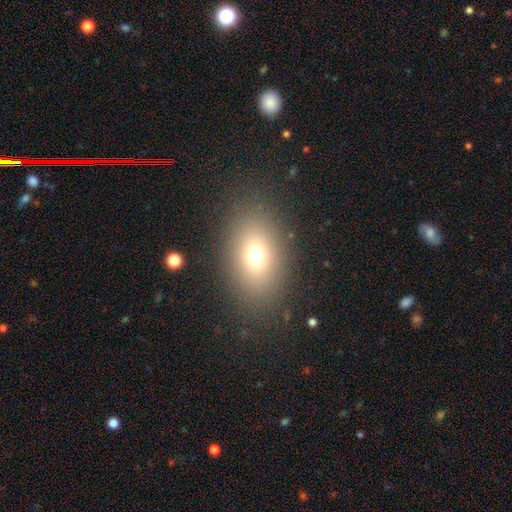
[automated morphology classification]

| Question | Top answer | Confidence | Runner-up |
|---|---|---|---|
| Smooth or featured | smooth | 69% | star or artifact (18%) |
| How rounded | in between | 72% | round (26%) |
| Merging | none | 83% | minor disturbance (9%) |